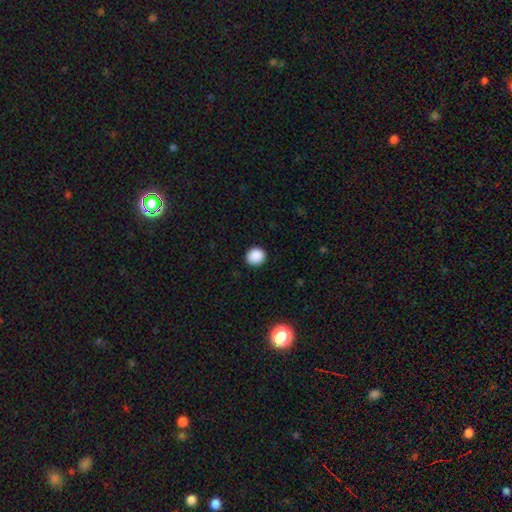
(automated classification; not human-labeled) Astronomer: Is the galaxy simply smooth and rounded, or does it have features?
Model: smooth — 89%.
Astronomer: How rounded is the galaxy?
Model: round — 86%.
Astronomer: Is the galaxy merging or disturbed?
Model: none — 92%.